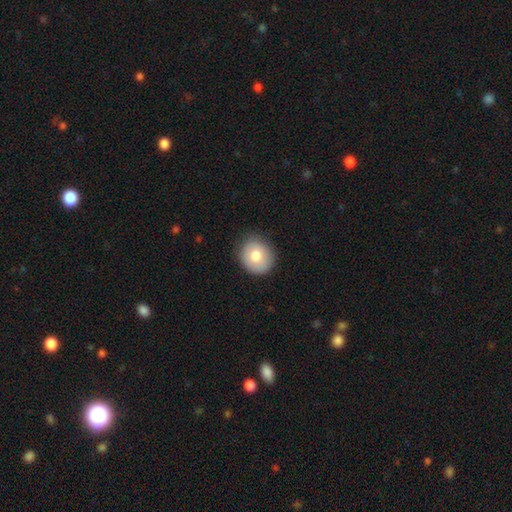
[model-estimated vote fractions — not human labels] Smooth or featured: smooth — 76% (featured or disk — 16%)
How rounded: round — 77% (in between — 22%)
Merging: none — 83% (minor disturbance — 13%)